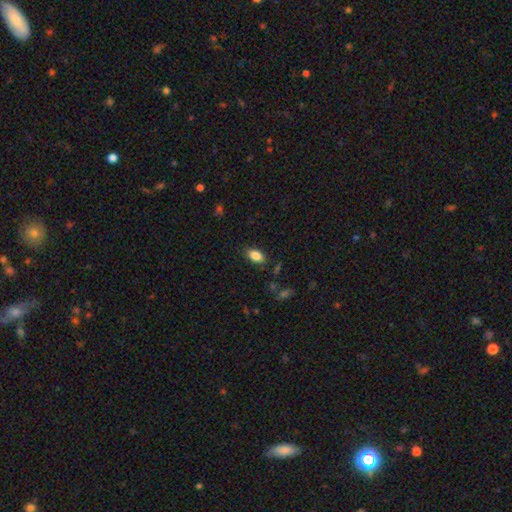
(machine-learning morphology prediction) Smooth or featured? smooth (86%)
How rounded? in between (90%)
Merging? none (85%)